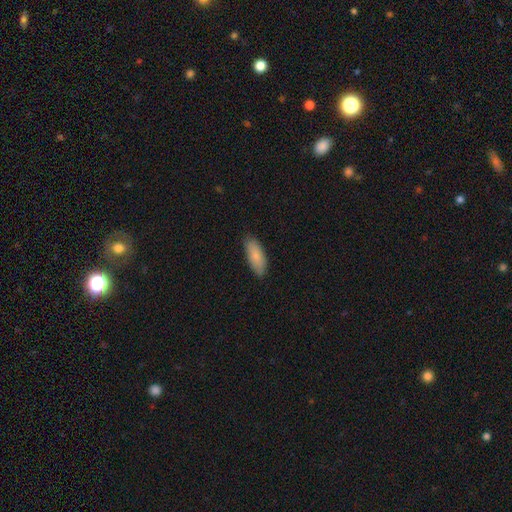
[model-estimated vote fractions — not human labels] A smooth galaxy with no disk features (83%) that is in between round and cigar-shaped (78%).

Vote fractions:
- Smooth or featured? smooth: 83% / featured or disk: 11% / star or artifact: 6%
- How rounded? in between: 78% / cigar-shaped: 21% / round: 2%
- Merging? none: 83% / minor disturbance: 14% / major disturbance: 2% / merger: 1%